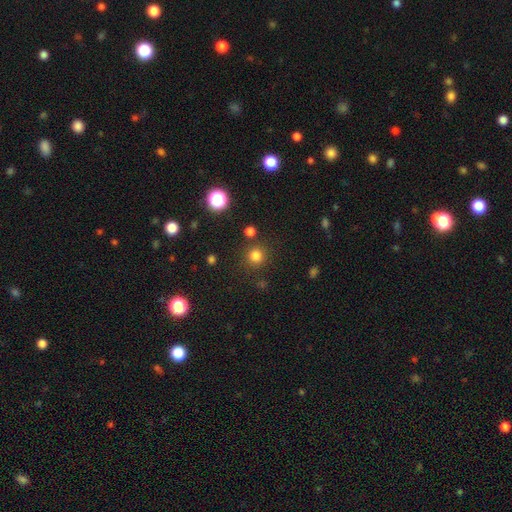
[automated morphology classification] A smooth galaxy with no disk features (79%) that is round (93%). Merging: none (85%).